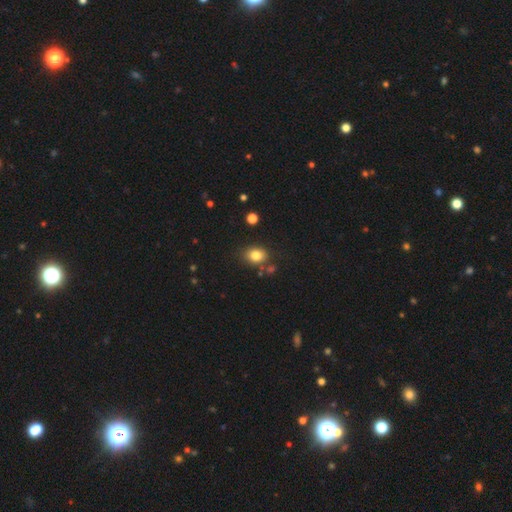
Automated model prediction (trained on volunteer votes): This appears to be a smooth galaxy with no disk features (81%) that is in between round and cigar-shaped (54%). Merging: none (76%).